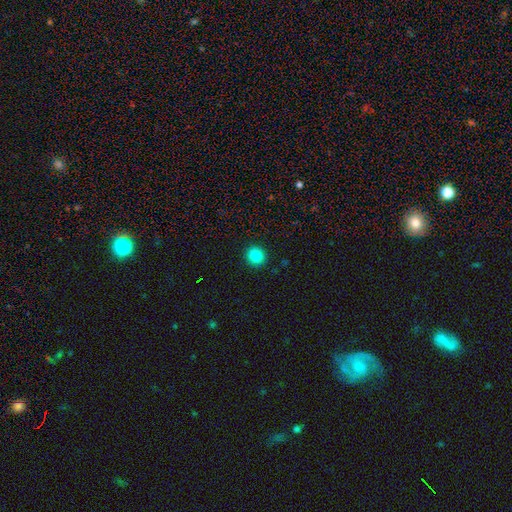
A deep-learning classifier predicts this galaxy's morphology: A smooth galaxy with no disk features (85%) that is round (89%). Merging: none (92%).